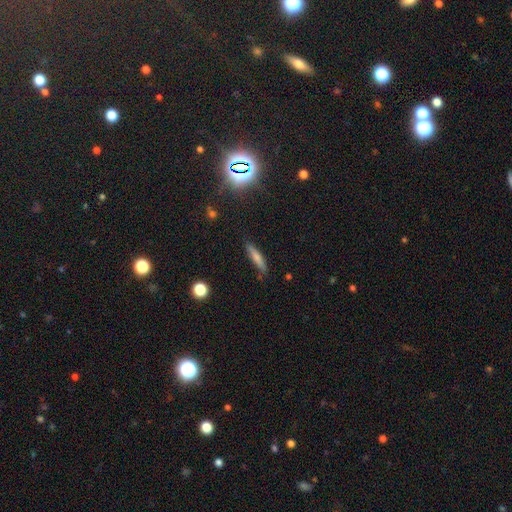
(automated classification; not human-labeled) Morphology: type=smooth (64%); roundness=cigar-shaped (86%); merging=none (82%).